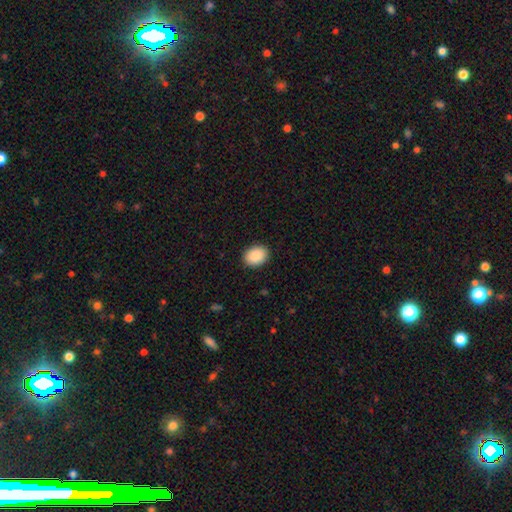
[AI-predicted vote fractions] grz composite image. It shows a smooth galaxy with no disk features (90%) that is in between round and cigar-shaped (68%). Merging: none (90%).